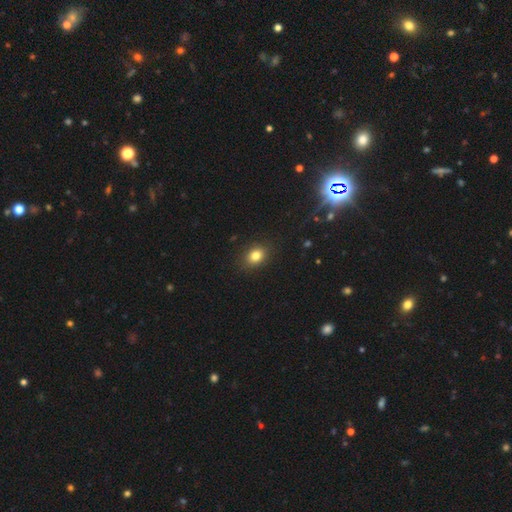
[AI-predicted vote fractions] Smooth or featured? Predicted: smooth (p=0.82). How rounded? Predicted: in between (p=0.59). Merging? Predicted: none (p=0.87).